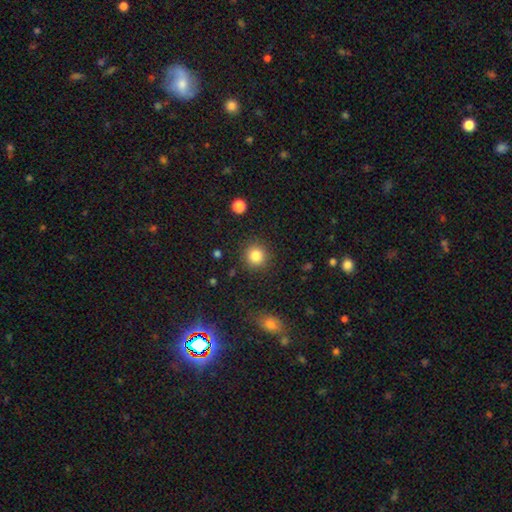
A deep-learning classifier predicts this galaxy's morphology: A smooth galaxy with no disk features (84%) that is round (93%).

Vote fractions:
- Smooth or featured? smooth: 84% / star or artifact: 11% / featured or disk: 5%
- How rounded? round: 93% / in between: 6% / cigar-shaped: 1%
- Merging? none: 89% / minor disturbance: 7% / major disturbance: 3% / merger: 2%